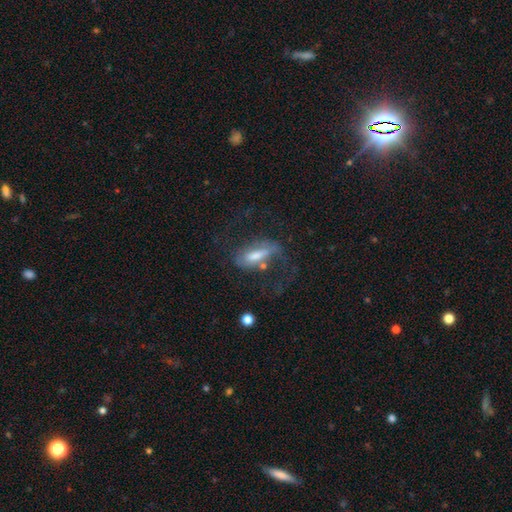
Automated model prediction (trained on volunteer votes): Overall: featured or disk (51%; smooth 38%). Edge-on disk: no (77%). Merging: major disturbance (39%; none 36%).